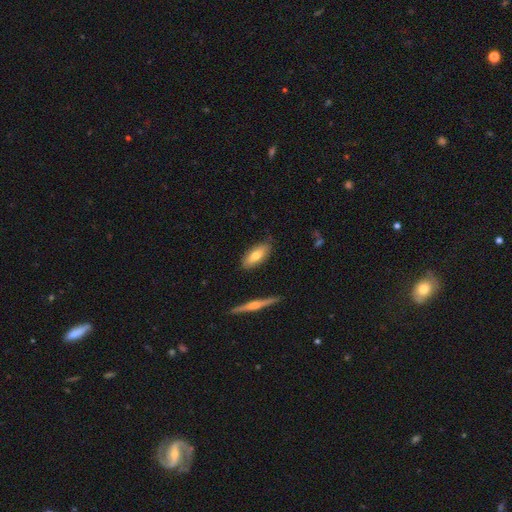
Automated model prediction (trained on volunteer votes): A smooth galaxy with no disk features (67%) that is in between round and cigar-shaped (77%).

Vote fractions:
- Smooth or featured? smooth: 67% / featured or disk: 27% / star or artifact: 6%
- How rounded? in between: 77% / cigar-shaped: 20% / round: 2%
- Merging? none: 80% / minor disturbance: 15% / merger: 3% / major disturbance: 3%